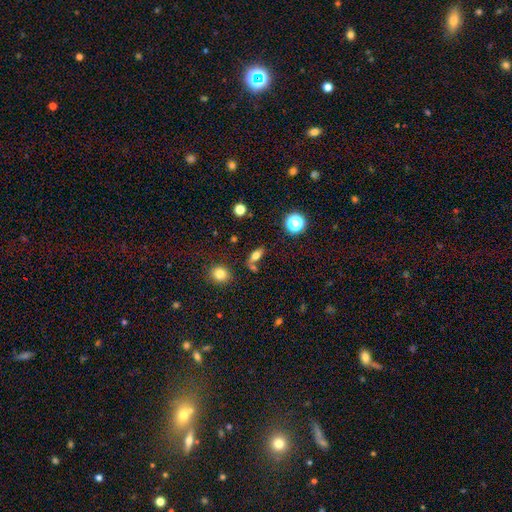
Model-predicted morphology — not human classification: Smooth or featured?
  - smooth: 69% *
  - featured or disk: 18%
  - star or artifact: 13%
How rounded?
  - in between: 71% *
  - cigar-shaped: 18%
  - round: 12%
Merging?
  - none: 61% *
  - merger: 19%
  - minor disturbance: 14%
  - major disturbance: 6%